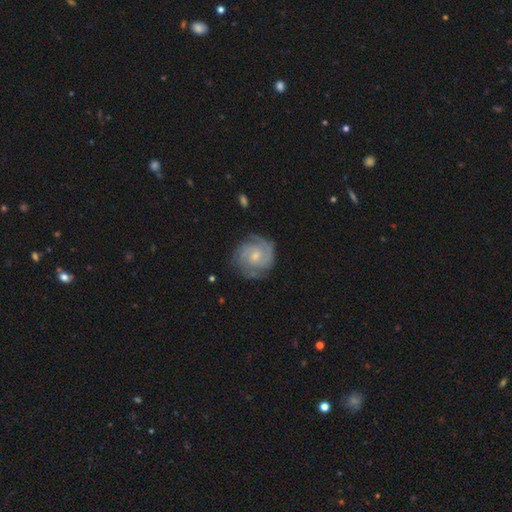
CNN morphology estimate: A featured or disk galaxy (84%) with no bar (65%), 2 (42%) tight (66%) spiral arms (96%) and a small central bulge (56%).

Vote fractions:
- Smooth or featured? featured or disk: 84% / smooth: 12% / star or artifact: 5%
- Edge-on disk? no: 98% / yes: 2%
- Bar? no: 65% / weak: 31% / strong: 4%
- Spiral arms? yes: 96% / no: 4%
- Spiral winding? tight: 66% / medium: 28% / loose: 5%
- Spiral arm count? 2: 42% / 3: 24% / can't tell: 19% / 4: 6% / 1: 4% / more than 4: 4%
- Bulge size? small: 56% / moderate: 38% / none: 3% / large: 2% / dominant: 1%
- Merging? none: 76% / minor disturbance: 17% / major disturbance: 5% / merger: 1%